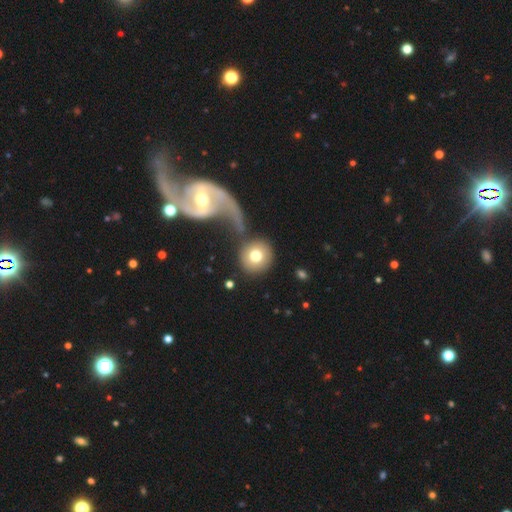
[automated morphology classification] The model was most divided on "smooth or featured": smooth: 75%, featured or disk: 18%, star or artifact: 7%. More confident: how rounded — round (92%); merging — none (71%).